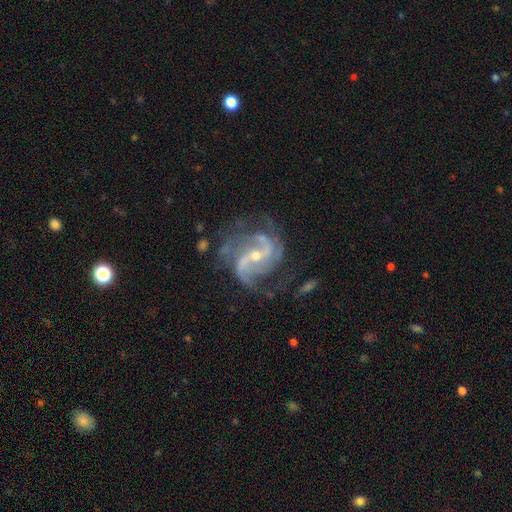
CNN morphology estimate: A featured or disk galaxy (92%) with a strong bar (40%), 2 (71%) medium (50%) spiral arms (98%) and a small central bulge (62%). Merging: none (63%).